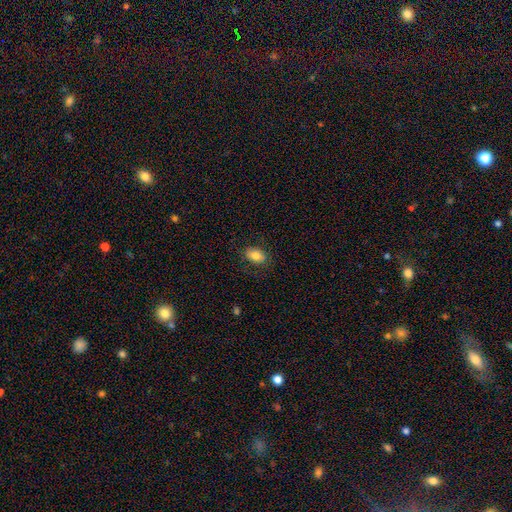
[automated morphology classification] A smooth galaxy with no disk features (81%) that is in between round and cigar-shaped (86%).

Vote fractions:
- Smooth or featured? smooth: 81% / featured or disk: 11% / star or artifact: 8%
- How rounded? in between: 86% / round: 13% / cigar-shaped: 1%
- Merging? none: 84% / minor disturbance: 12% / major disturbance: 3% / merger: 1%